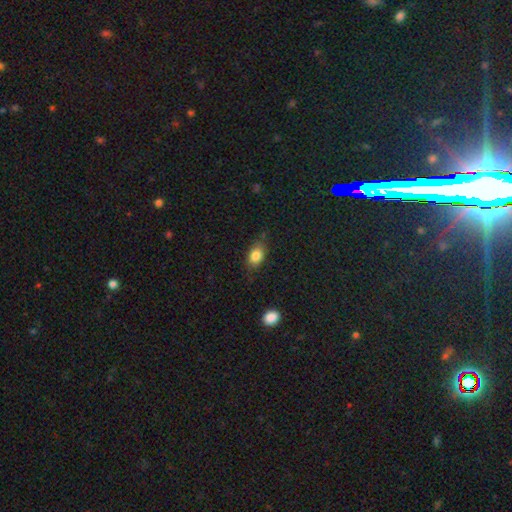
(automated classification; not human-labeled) Q: Smooth or featured?
A: smooth (84%); runner-up: star or artifact (9%)
Q: How rounded?
A: in between (79%); runner-up: round (18%)
Q: Merging?
A: none (76%); runner-up: minor disturbance (18%)